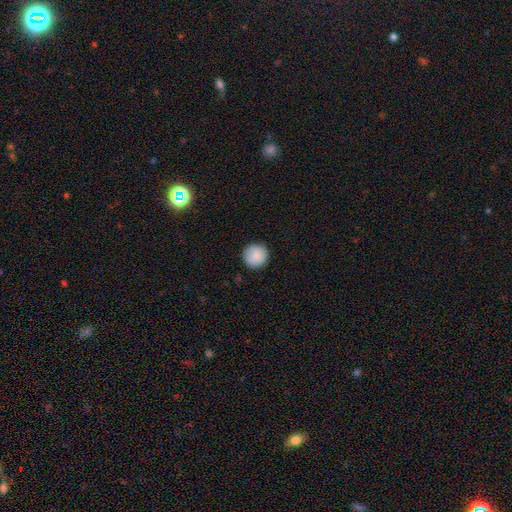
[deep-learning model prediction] Overall: smooth (86%). How rounded: round (95%). Merging: none (89%).